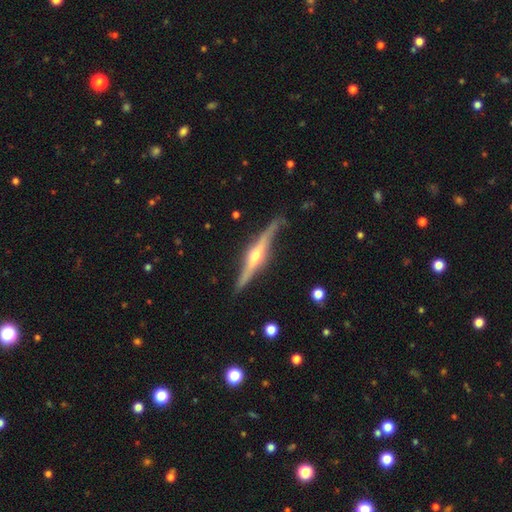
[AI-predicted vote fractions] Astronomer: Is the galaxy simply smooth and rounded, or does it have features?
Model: featured or disk — 84%.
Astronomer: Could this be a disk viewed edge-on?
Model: yes — 97%.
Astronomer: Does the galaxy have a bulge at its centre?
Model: rounded — 90%.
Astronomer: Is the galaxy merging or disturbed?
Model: none — 82%.